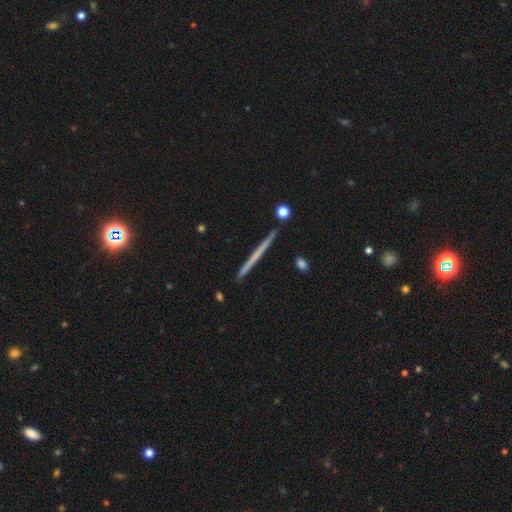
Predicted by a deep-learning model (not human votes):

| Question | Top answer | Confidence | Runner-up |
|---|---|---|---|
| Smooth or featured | featured or disk | 54% | smooth (40%) |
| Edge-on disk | yes | 98% | no (2%) |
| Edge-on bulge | none | 89% | rounded (8%) |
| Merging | none | 91% | minor disturbance (6%) |